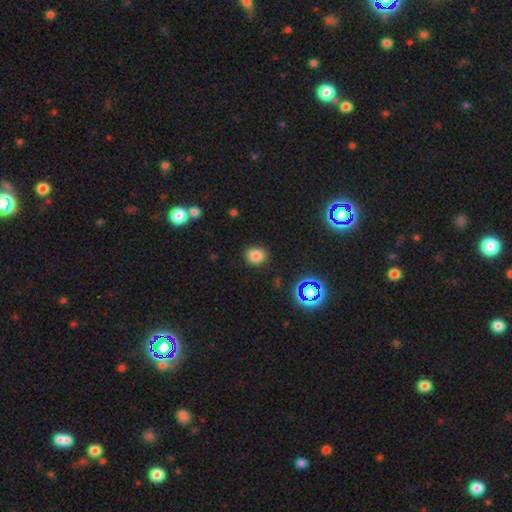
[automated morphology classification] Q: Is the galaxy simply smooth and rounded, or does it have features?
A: smooth — 80%.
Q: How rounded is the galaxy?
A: round — 63%.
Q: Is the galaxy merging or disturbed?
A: none — 86%.